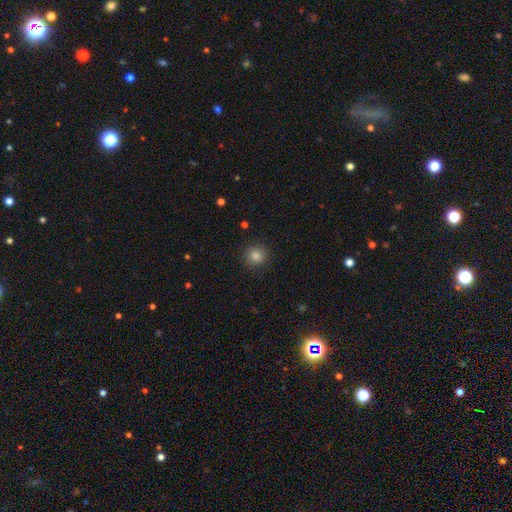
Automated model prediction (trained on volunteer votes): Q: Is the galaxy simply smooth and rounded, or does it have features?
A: smooth — 83%.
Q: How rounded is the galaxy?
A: round — 92%.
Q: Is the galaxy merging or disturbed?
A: none — 91%.